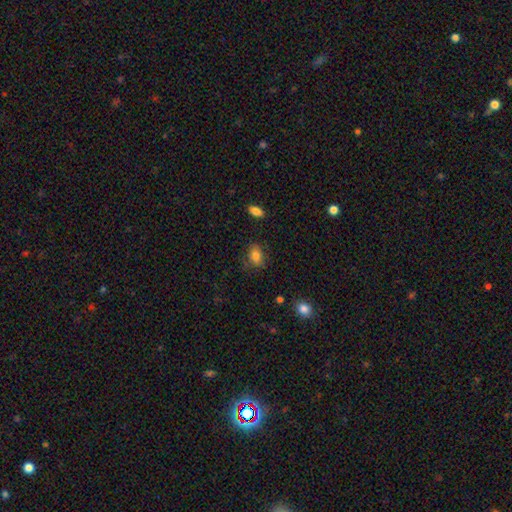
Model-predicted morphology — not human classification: smooth-or-featured: smooth: 79% | star or artifact: 10% | featured or disk: 10%
  how-rounded: in between: 77% | round: 21% | cigar-shaped: 3%
  merging: none: 73% | minor disturbance: 19% | major disturbance: 5% | merger: 2%